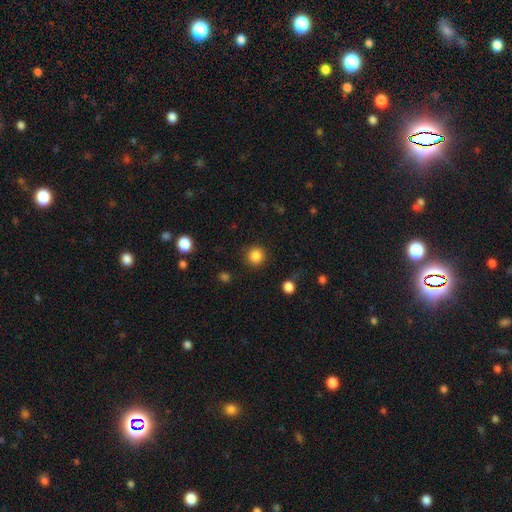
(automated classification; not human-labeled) Overall: smooth (86%). How rounded: round (94%). Merging: none (89%).